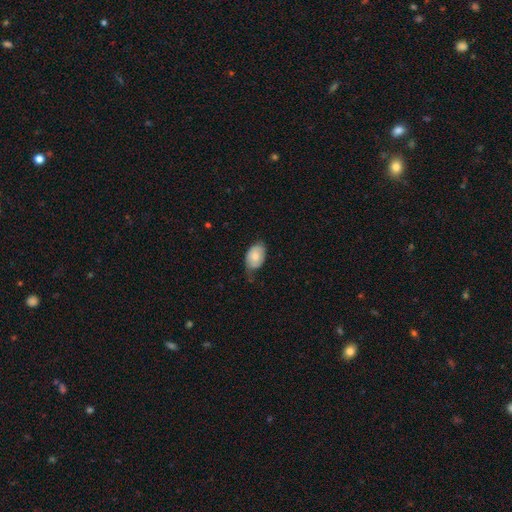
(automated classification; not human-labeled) Smooth or featured?
  - smooth: 72% *
  - featured or disk: 21%
  - star or artifact: 7%
How rounded?
  - in between: 88% *
  - round: 10%
  - cigar-shaped: 1%
Merging?
  - none: 46% *
  - minor disturbance: 40%
  - major disturbance: 12%
  - merger: 2%